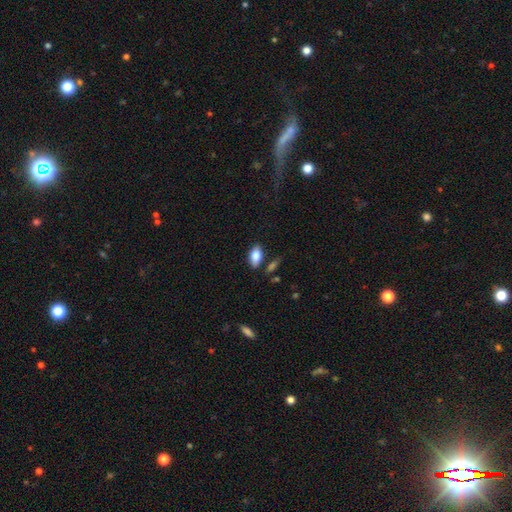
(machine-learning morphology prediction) Smooth or featured? smooth (83%)
How rounded? in between (91%)
Merging? none (79%)